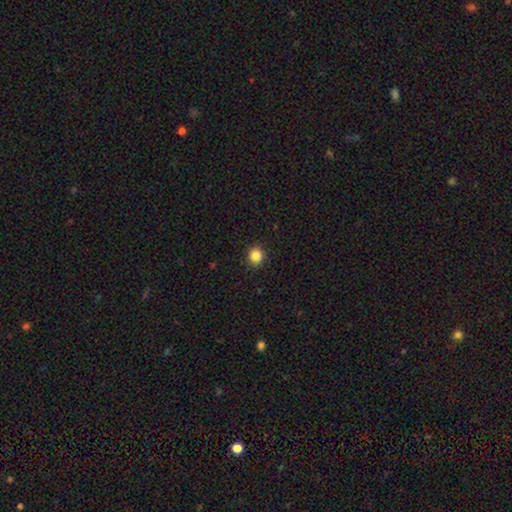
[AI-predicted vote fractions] smooth 85%, star or artifact 11%, featured or disk 4%. Down the decision tree: how rounded — round (89%); merging — none (91%).